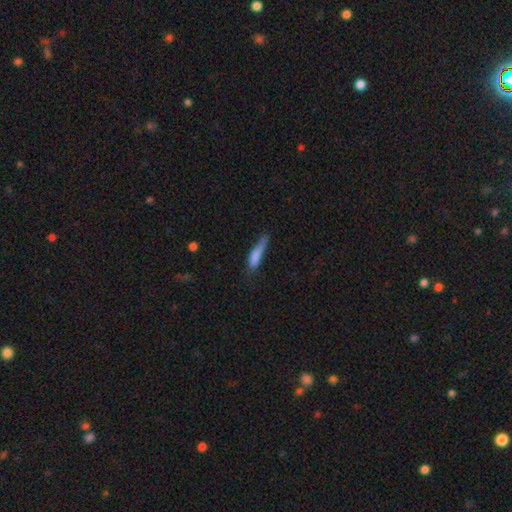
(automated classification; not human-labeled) smooth-or-featured: smooth: 76% | featured or disk: 16% | star or artifact: 8%
  how-rounded: cigar-shaped: 76% | in between: 22% | round: 2%
  merging: none: 40% | minor disturbance: 36% | major disturbance: 19% | merger: 5%